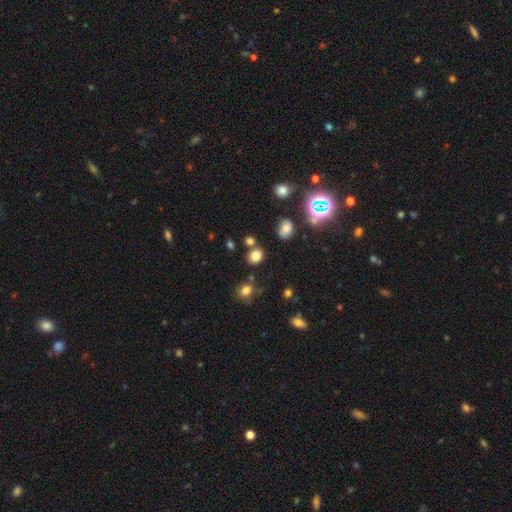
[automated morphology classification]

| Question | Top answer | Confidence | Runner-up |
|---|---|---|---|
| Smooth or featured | smooth | 78% | star or artifact (16%) |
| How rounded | round | 55% | in between (44%) |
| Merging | none | 75% | merger (11%) |